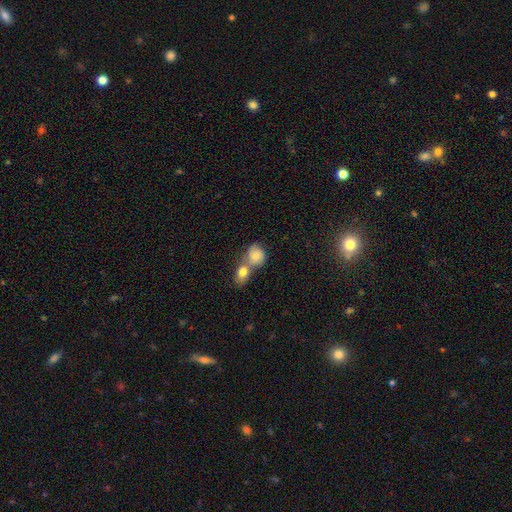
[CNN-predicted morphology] This appears to be a smooth galaxy with no disk features (75%) that is round (55%). Merging: merger (62%).